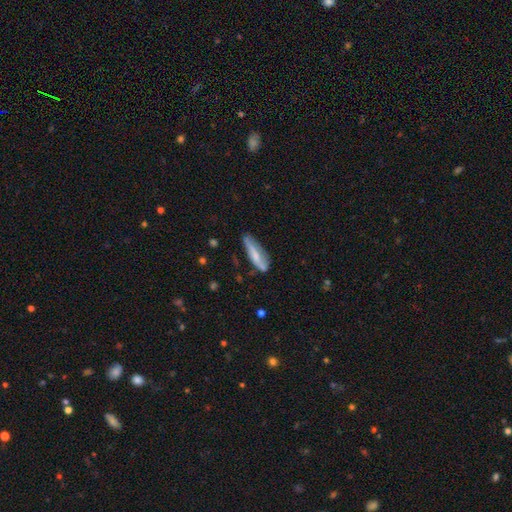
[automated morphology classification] Overall: smooth (55%; featured or disk 38%). How rounded: cigar-shaped (64%; in between 34%). Merging: none (60%; minor disturbance 28%).